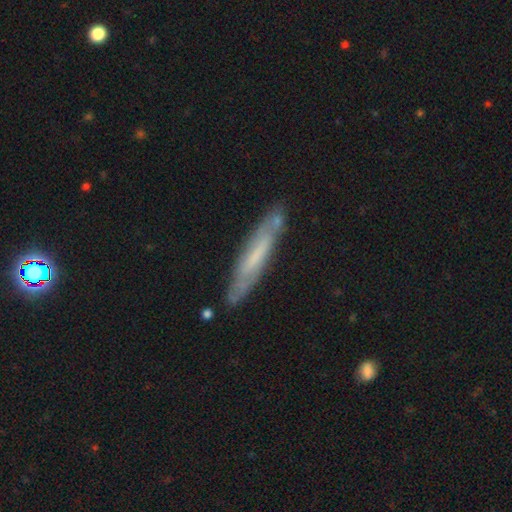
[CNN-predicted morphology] A featured or disk galaxy (53%) viewed edge-on (67%). Merging: none (79%).